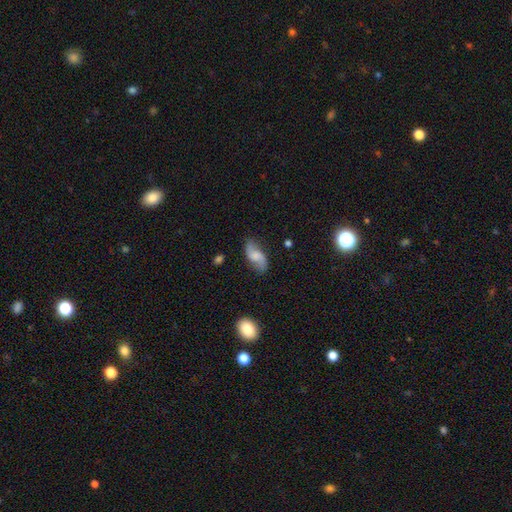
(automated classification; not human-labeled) Smooth or featured? Predicted: featured or disk (p=0.56). Edge-on disk? Predicted: no (p=0.94). Bar? Predicted: no (p=0.52). Spiral arms? Predicted: yes (p=0.91). Bulge size? Predicted: moderate (p=0.31). Merging? Predicted: none (p=0.74).